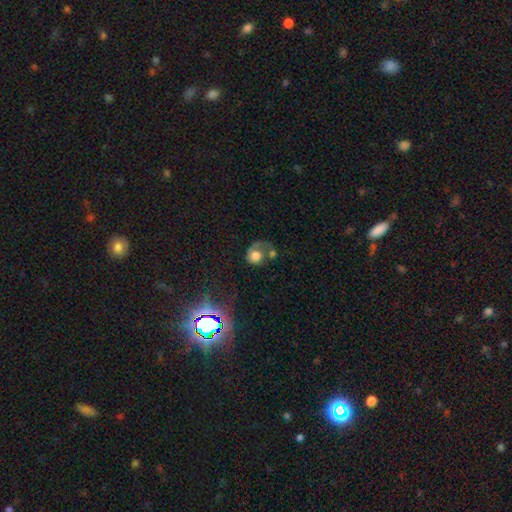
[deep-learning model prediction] A smooth galaxy with no disk features (53%) that is round (68%). Merging: major disturbance (37%).